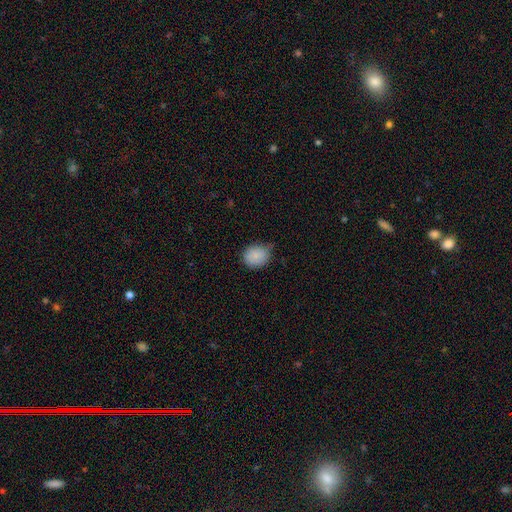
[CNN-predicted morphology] A smooth galaxy with no disk features (88%) that is round (63%).

Vote fractions:
- Smooth or featured? smooth: 88% / star or artifact: 8% / featured or disk: 4%
- How rounded? round: 63% / in between: 36% / cigar-shaped: 1%
- Merging? none: 63% / minor disturbance: 31% / major disturbance: 5% / merger: 1%